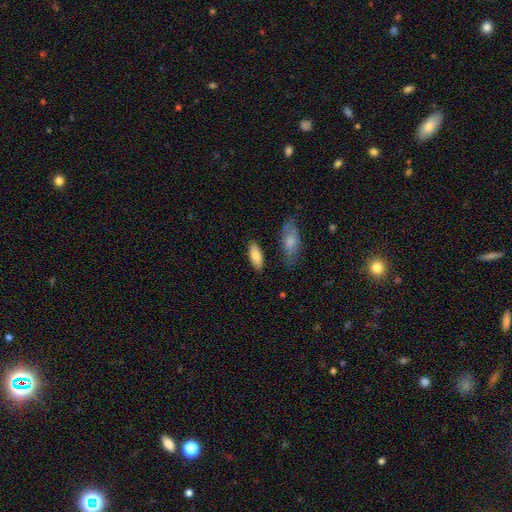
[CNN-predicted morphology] Q: Smooth or featured?
A: smooth (84%); runner-up: featured or disk (9%)
Q: How rounded?
A: in between (81%); runner-up: cigar-shaped (17%)
Q: Merging?
A: none (82%); runner-up: minor disturbance (12%)